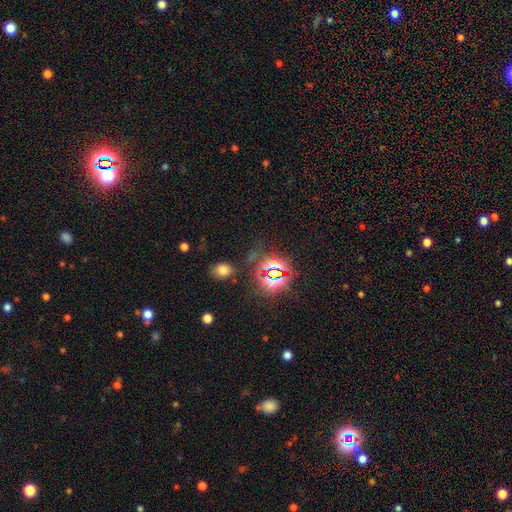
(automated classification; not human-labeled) This appears to be a star or artifact, not a galaxy (77%).